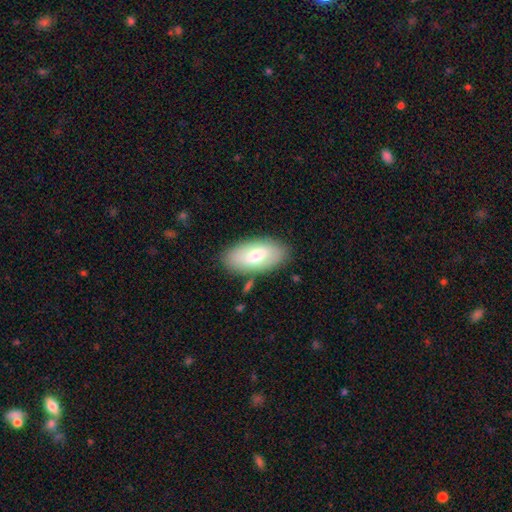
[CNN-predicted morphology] Smooth or featured? Predicted: smooth (p=0.68). How rounded? Predicted: in between (p=0.93). Merging? Predicted: none (p=0.82).